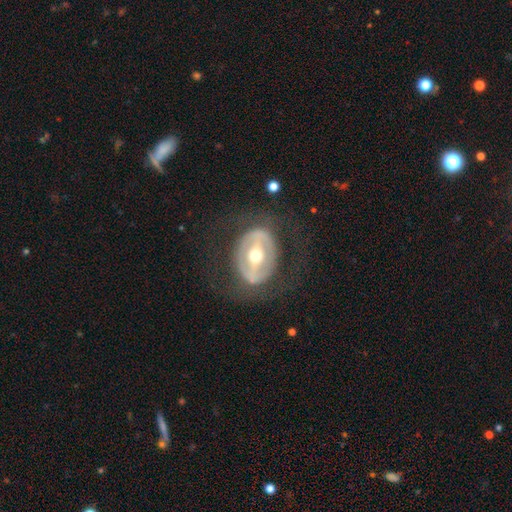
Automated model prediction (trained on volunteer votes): featured or disk 75%, smooth 19%, star or artifact 6%. Down the decision tree: edge-on disk — no (92%); bar — strong (60%); spiral arms — no (74%); bulge size — moderate (69%); merging — none (71%).